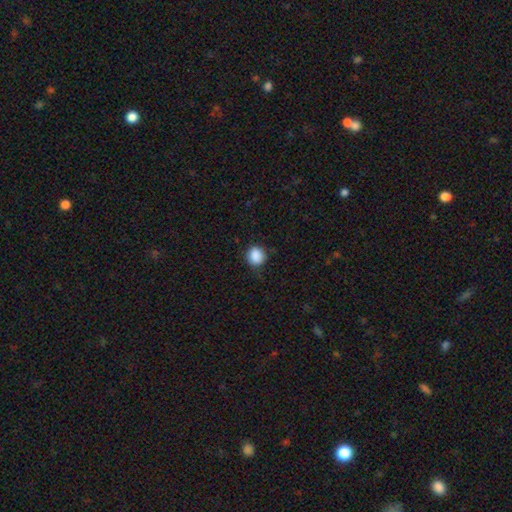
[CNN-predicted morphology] The model was most divided on "merging": none: 77%, minor disturbance: 18%, major disturbance: 4%, merger: 1%. More confident: smooth or featured — smooth (88%); how rounded — round (82%).